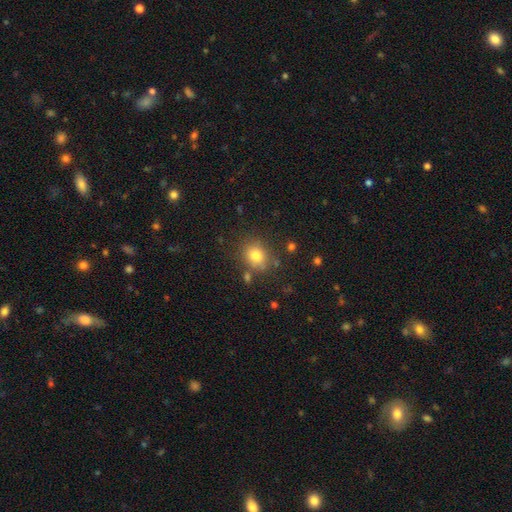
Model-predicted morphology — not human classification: smooth 80%, star or artifact 12%, featured or disk 9%. Down the decision tree: how rounded — round (63%); merging — none (74%).